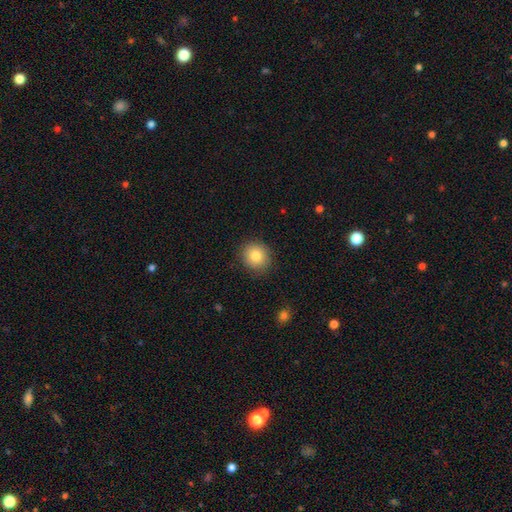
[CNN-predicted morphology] smooth-or-featured: smooth: 83% | star or artifact: 9% | featured or disk: 8%
  how-rounded: round: 87% | in between: 12% | cigar-shaped: 1%
  merging: none: 87% | minor disturbance: 9% | major disturbance: 2% | merger: 1%